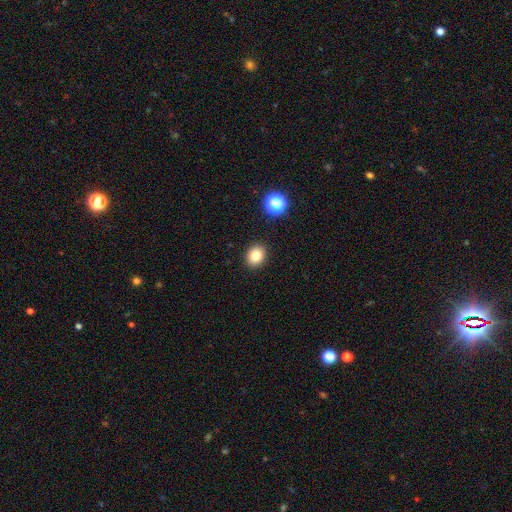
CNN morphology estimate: A smooth galaxy with no disk features (82%) that is round (64%).

Vote fractions:
- Smooth or featured? smooth: 82% / star or artifact: 12% / featured or disk: 6%
- How rounded? round: 64% / in between: 35% / cigar-shaped: 1%
- Merging? none: 90% / minor disturbance: 6% / major disturbance: 2% / merger: 2%